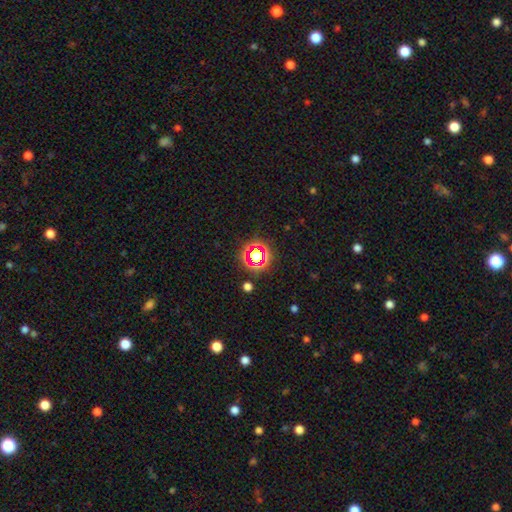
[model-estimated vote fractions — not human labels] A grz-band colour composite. It shows a star or artifact, not a galaxy (60%).